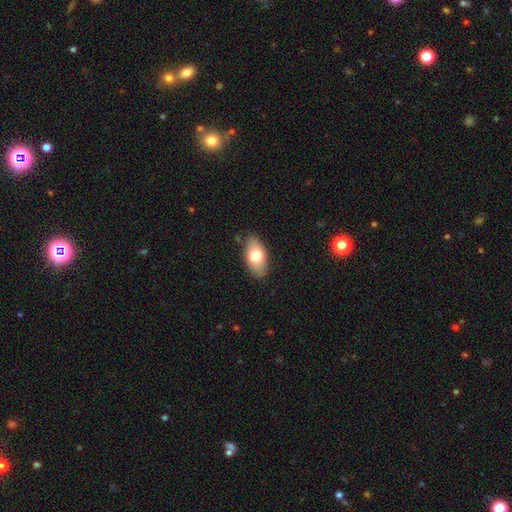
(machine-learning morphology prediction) The model was most divided on "smooth or featured": smooth: 72%, featured or disk: 21%, star or artifact: 7%. More confident: how rounded — in between (91%); merging — none (82%).